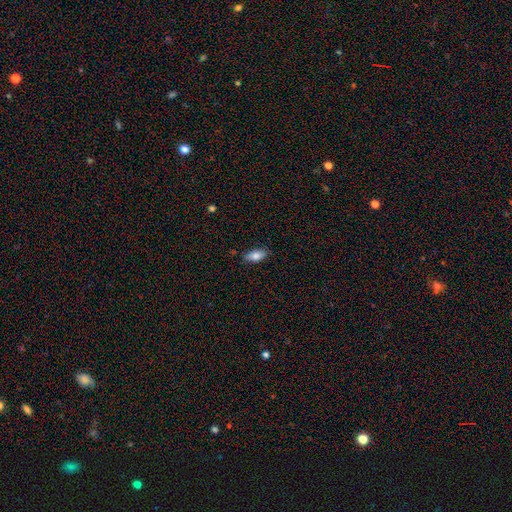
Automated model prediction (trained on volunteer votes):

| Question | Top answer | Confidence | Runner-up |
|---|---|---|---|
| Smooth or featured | smooth | 80% | featured or disk (13%) |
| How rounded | in between | 84% | cigar-shaped (13%) |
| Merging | none | 84% | minor disturbance (12%) |